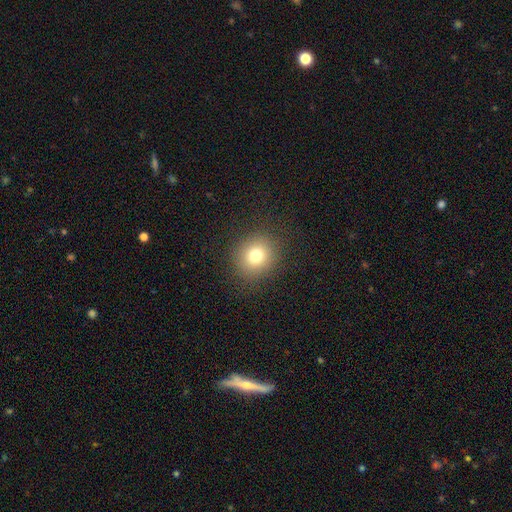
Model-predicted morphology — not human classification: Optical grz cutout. It shows a smooth galaxy with no disk features (77%) that is round (83%). Merging: none (89%).